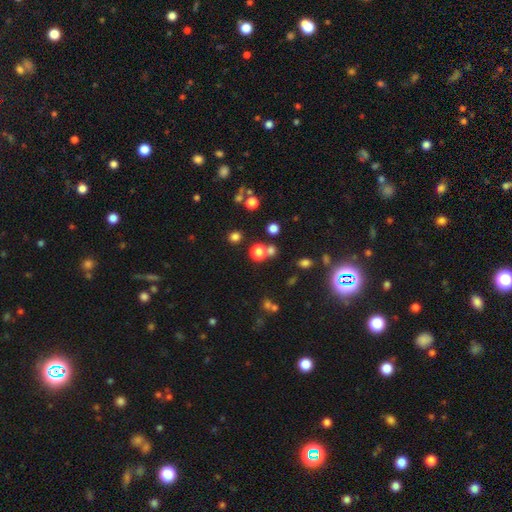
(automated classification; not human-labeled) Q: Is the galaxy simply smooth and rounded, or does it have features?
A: smooth — 54%.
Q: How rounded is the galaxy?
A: round — 89%.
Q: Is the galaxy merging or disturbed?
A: none — 76%.